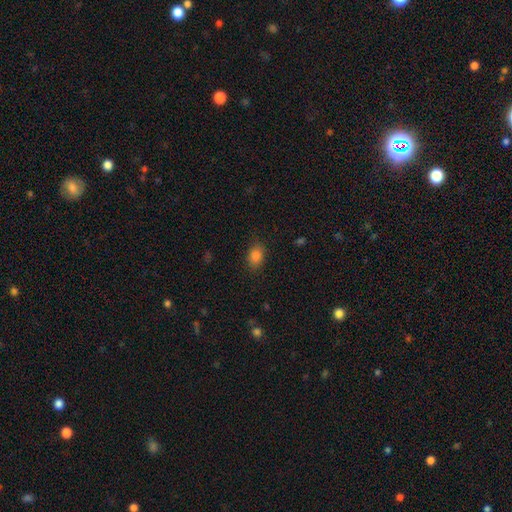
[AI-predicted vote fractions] Smooth or featured? smooth (84%)
How rounded? in between (79%)
Merging? none (83%)